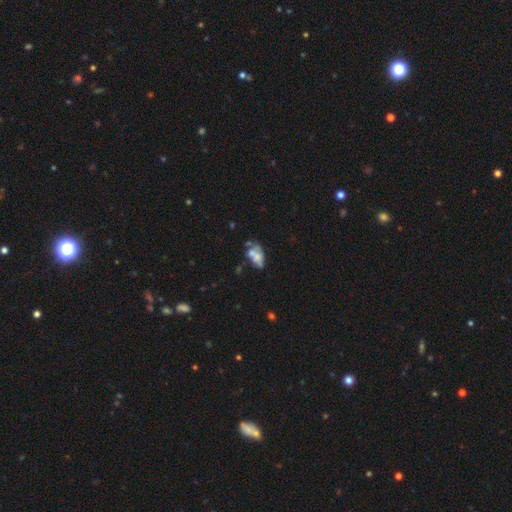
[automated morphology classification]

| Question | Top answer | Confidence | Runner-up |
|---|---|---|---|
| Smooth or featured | featured or disk | 47% | smooth (41%) |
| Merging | merger | 31% | none (30%) |